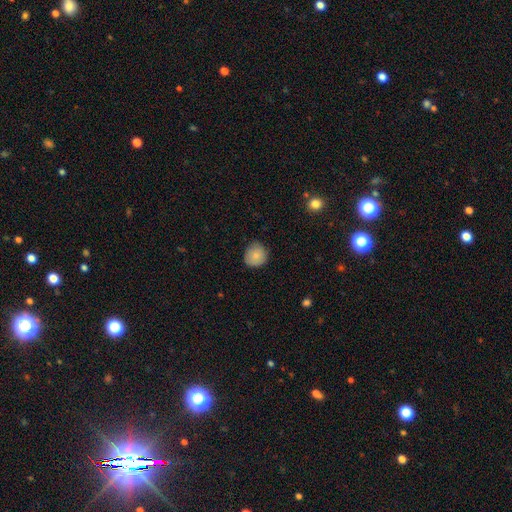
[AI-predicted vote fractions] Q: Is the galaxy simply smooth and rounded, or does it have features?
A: smooth — 83%.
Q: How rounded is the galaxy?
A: round — 89%.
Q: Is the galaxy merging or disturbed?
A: none — 81%.